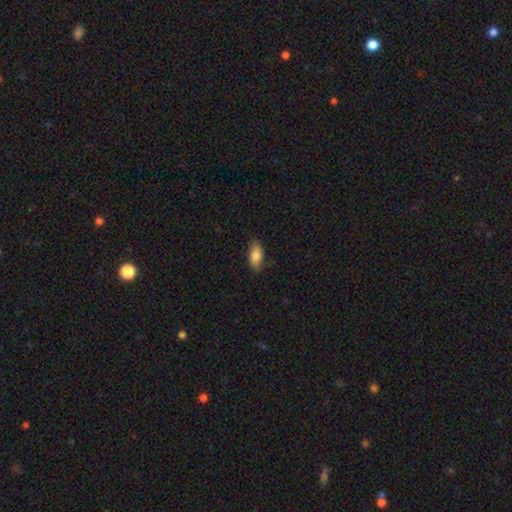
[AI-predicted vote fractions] This appears to be a smooth galaxy with no disk features (83%) that is in between round and cigar-shaped (89%). Merging: none (77%).